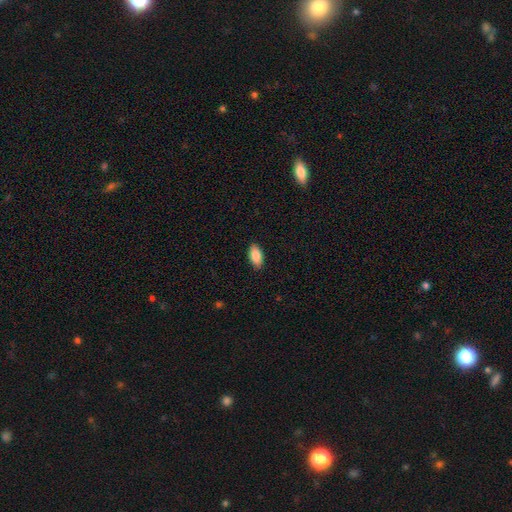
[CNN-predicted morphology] Smooth or featured? smooth (87%)
How rounded? in between (92%)
Merging? none (89%)